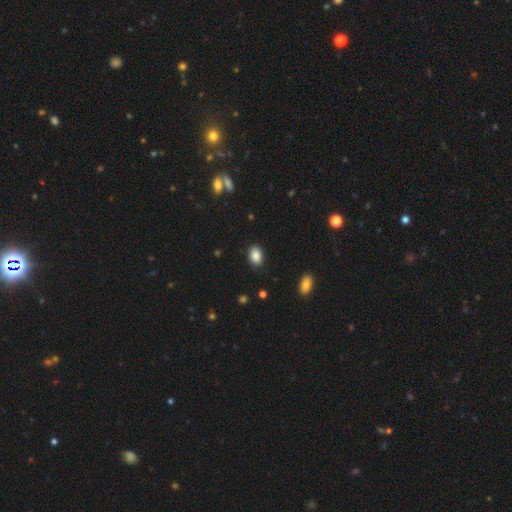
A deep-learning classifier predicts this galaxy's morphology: smooth-or-featured: smooth: 87% | star or artifact: 8% | featured or disk: 5%
  how-rounded: in between: 83% | round: 16% | cigar-shaped: 1%
  merging: none: 87% | minor disturbance: 10% | major disturbance: 2% | merger: 1%